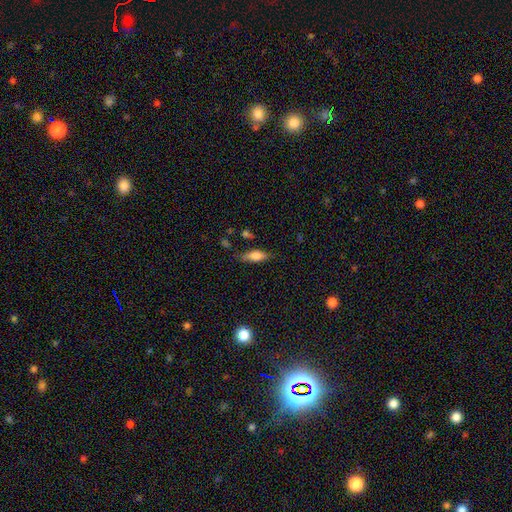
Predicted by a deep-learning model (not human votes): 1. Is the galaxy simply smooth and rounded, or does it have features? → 72% smooth, 20% featured or disk, 8% star or artifact.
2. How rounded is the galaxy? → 65% in between, 32% cigar-shaped, 3% round.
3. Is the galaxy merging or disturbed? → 70% none, 21% minor disturbance, 6% major disturbance, 3% merger.